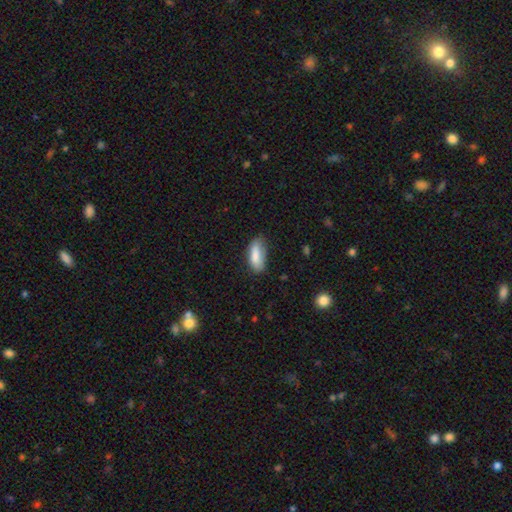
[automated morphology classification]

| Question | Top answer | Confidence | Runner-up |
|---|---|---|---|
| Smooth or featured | smooth | 84% | featured or disk (10%) |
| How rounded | in between | 80% | cigar-shaped (18%) |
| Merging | none | 66% | minor disturbance (27%) |